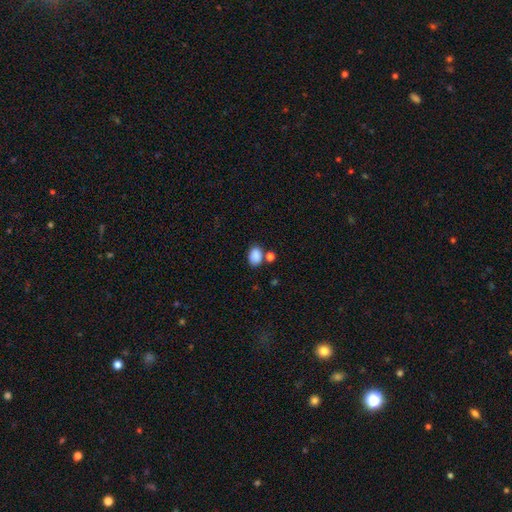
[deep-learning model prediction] This appears to be a smooth galaxy with no disk features (87%) that is in between round and cigar-shaped (79%). Merging: none (67%).